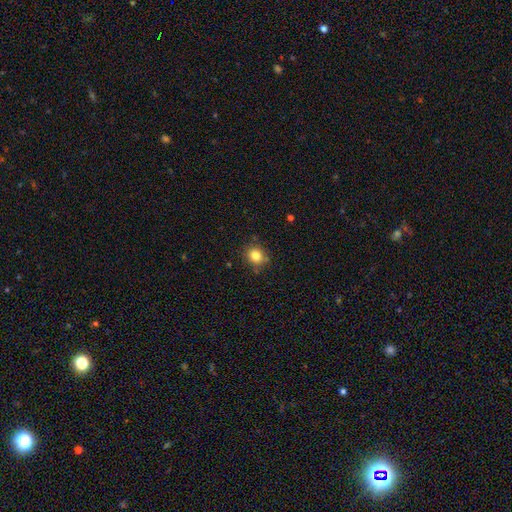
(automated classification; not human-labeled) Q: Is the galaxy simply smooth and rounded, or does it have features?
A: smooth — 82%.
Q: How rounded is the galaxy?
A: round — 76%.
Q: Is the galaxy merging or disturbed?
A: none — 84%.